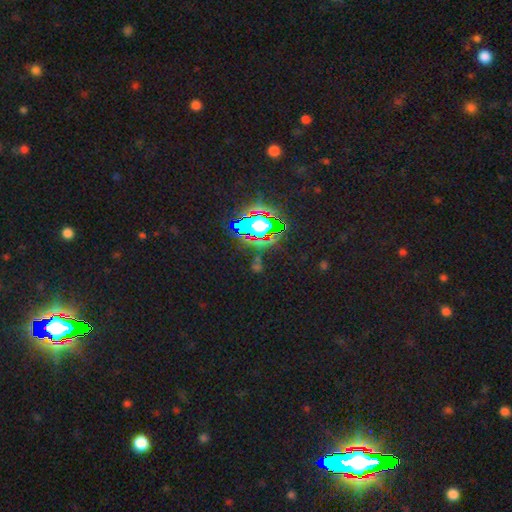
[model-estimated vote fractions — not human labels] Smooth or featured: star or artifact — 81% (smooth — 11%)